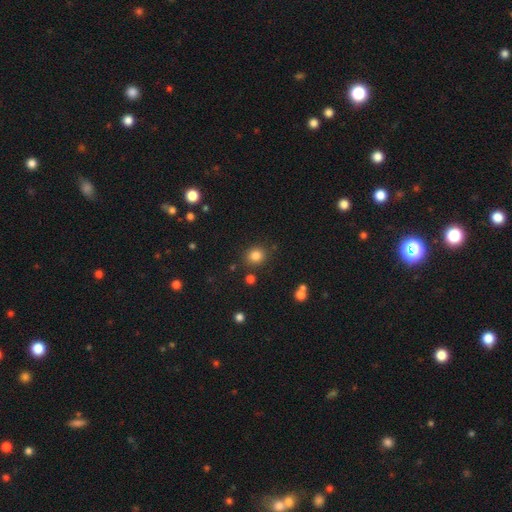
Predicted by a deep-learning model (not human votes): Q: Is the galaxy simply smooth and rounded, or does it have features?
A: smooth — 83%.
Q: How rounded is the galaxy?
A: round — 82%.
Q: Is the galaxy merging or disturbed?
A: none — 86%.